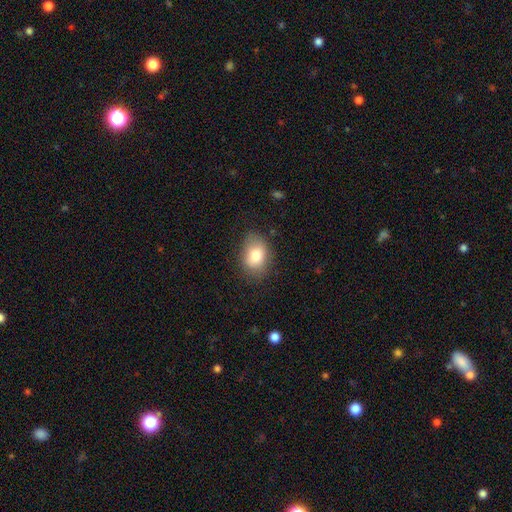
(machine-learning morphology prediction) smooth_or_featured: smooth (p=0.79) [alt: featured or disk p=0.13]
how_rounded: in between (p=0.73) [alt: round p=0.26]
merging: none (p=0.75) [alt: minor disturbance p=0.19]